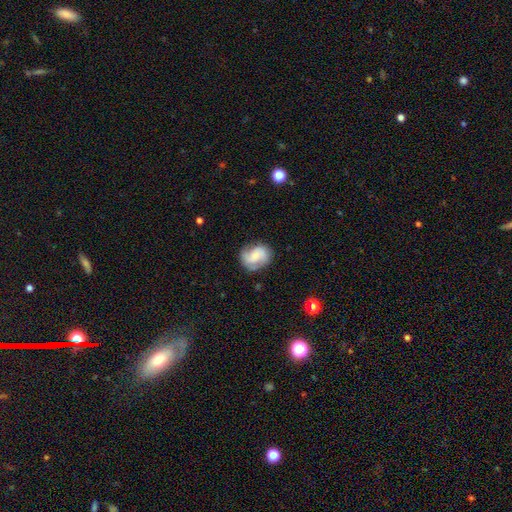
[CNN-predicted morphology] Q: Smooth or featured?
A: featured or disk (48%); runner-up: smooth (44%)
Q: Merging?
A: none (67%); runner-up: minor disturbance (23%)